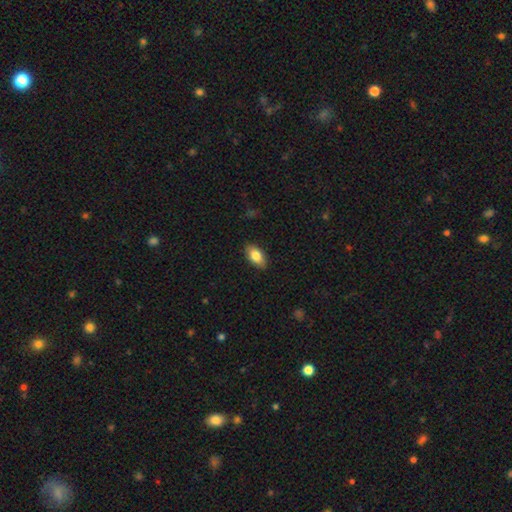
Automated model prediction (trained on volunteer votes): smooth 83%, featured or disk 10%, star or artifact 7%. Down the decision tree: how rounded — in between (92%); merging — none (88%).